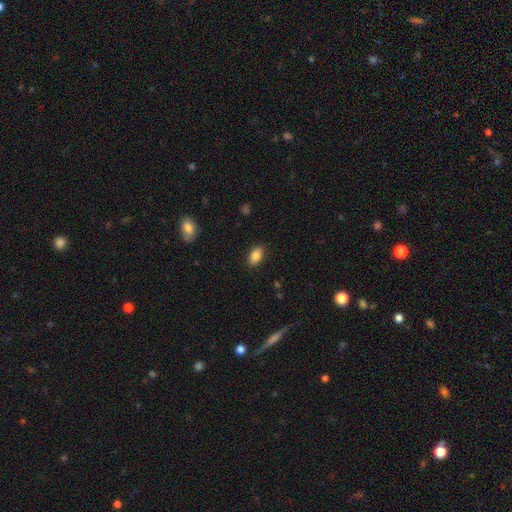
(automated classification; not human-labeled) This appears to be a smooth galaxy with no disk features (84%) that is in between round and cigar-shaped (89%). Merging: none (87%).